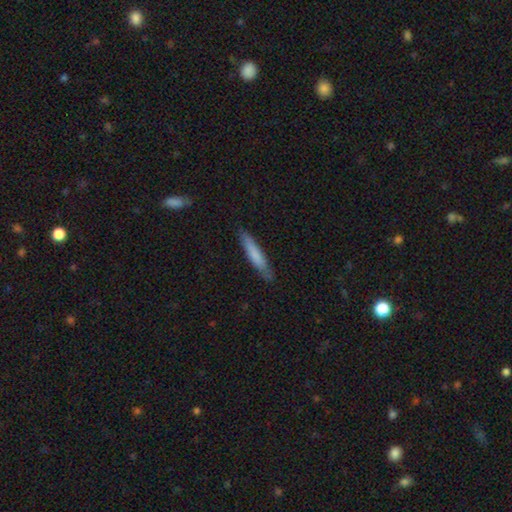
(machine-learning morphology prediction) This is likely a smooth galaxy (77%). How rounded: clearly cigar-shaped (88%). Merging: clearly none (82%).